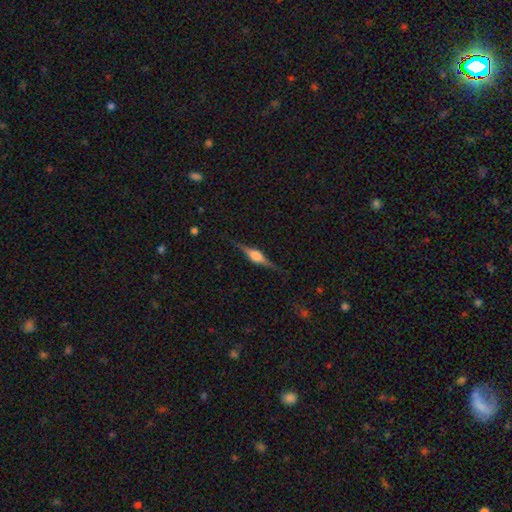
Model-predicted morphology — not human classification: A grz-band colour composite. It shows a featured or disk galaxy (83%) viewed edge-on (98%) with a rounded central bulge (88%). Merging: none (88%).